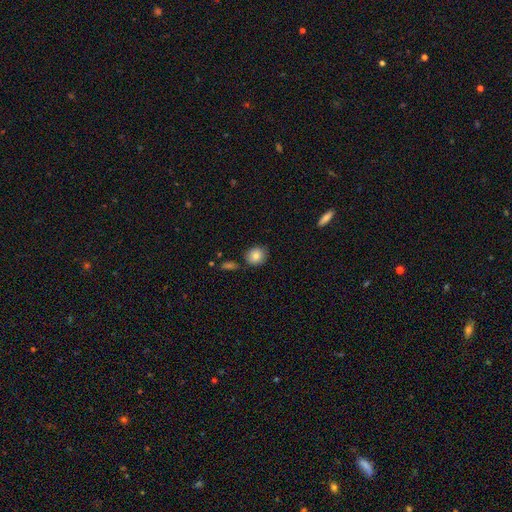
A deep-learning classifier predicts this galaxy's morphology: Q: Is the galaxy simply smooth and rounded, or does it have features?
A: smooth — 85%.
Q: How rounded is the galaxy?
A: round — 77%.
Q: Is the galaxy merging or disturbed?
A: none — 80%.